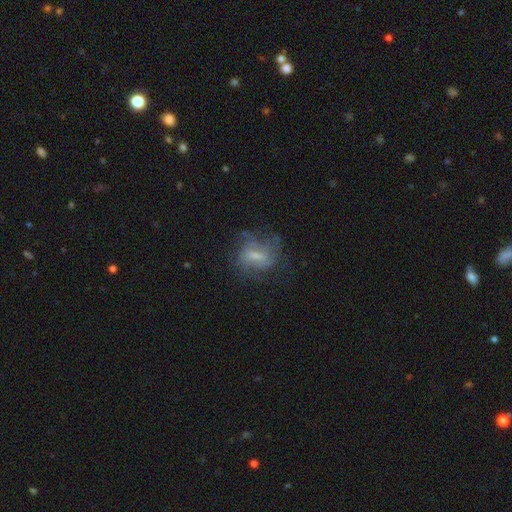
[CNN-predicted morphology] smooth_or_featured: featured or disk (p=0.62) [alt: smooth p=0.27]
disk_edge_on: no (p=0.95) [alt: yes p=0.05]
bar: weak (p=0.55) [alt: strong p=0.23]
has_spiral_arms: yes (p=0.72) [alt: no p=0.28]
bulge_size: small (p=0.37) [alt: moderate p=0.36]
merging: none (p=0.54) [alt: major disturbance p=0.22]